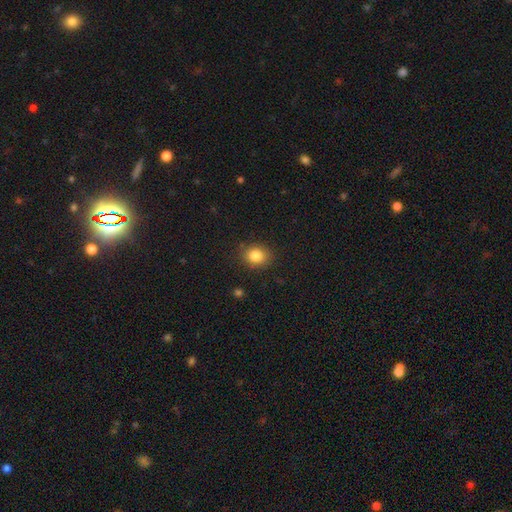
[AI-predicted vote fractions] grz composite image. It shows a smooth galaxy with no disk features (84%) that is round (61%). Merging: none (85%).